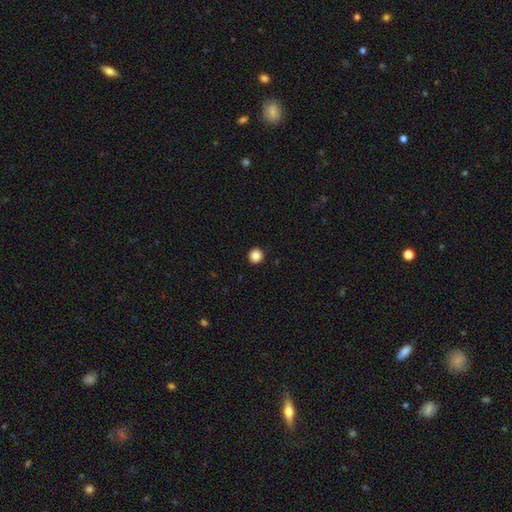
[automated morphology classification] Q: Smooth or featured?
A: smooth (86%); runner-up: star or artifact (10%)
Q: How rounded?
A: round (94%); runner-up: in between (5%)
Q: Merging?
A: none (93%); runner-up: minor disturbance (4%)